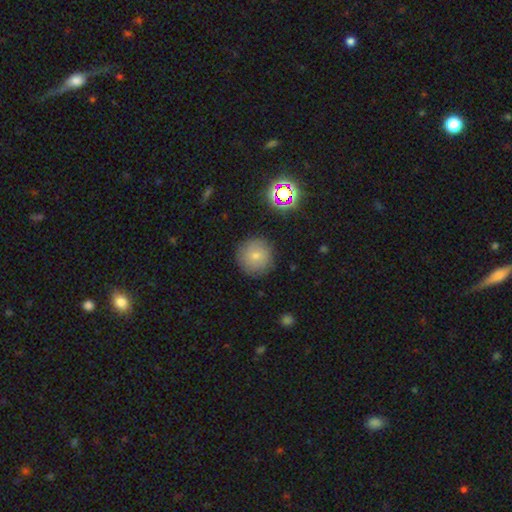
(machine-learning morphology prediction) smooth 72%, featured or disk 15%, star or artifact 12%. Down the decision tree: how rounded — round (94%); merging — none (86%).